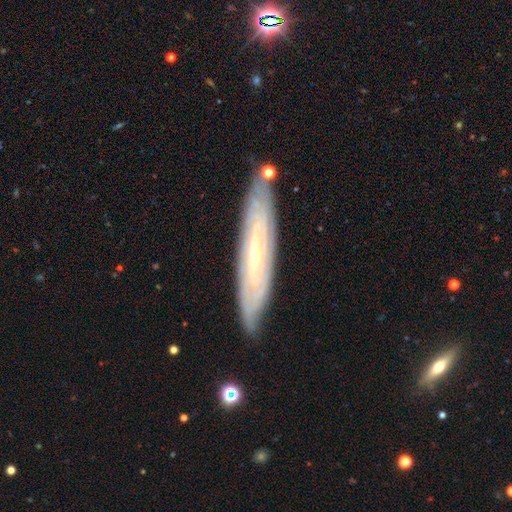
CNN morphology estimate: Smooth or featured? Predicted: featured or disk (p=0.73). Edge-on disk? Predicted: no (p=0.52). Merging? Predicted: none (p=0.85).